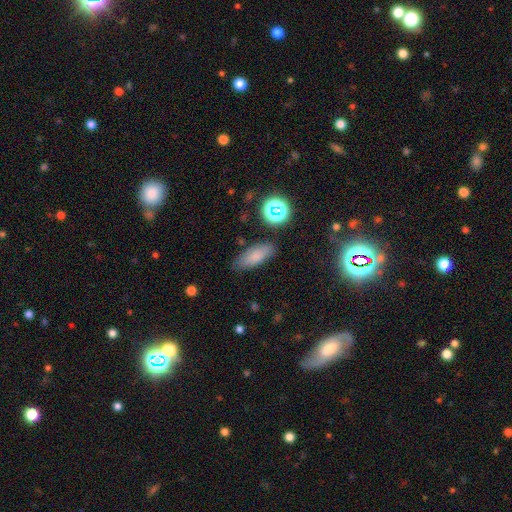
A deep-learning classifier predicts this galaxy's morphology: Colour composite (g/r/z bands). It shows a smooth galaxy with no disk features (78%) that is in between round and cigar-shaped (73%). Merging: none (81%).